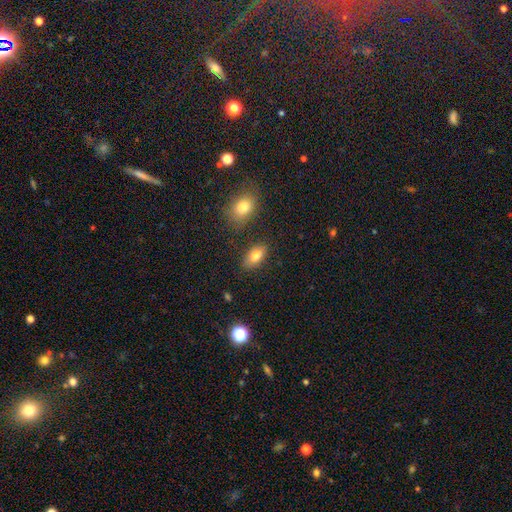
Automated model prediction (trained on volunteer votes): A smooth galaxy with no disk features (79%) that is in between round and cigar-shaped (89%). Merging: none (84%).